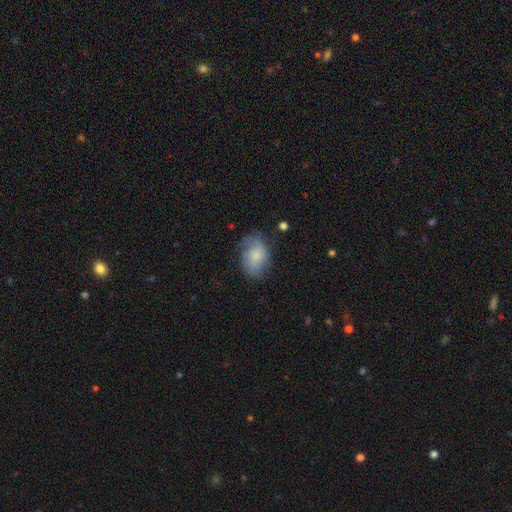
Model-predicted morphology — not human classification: This appears to be a smooth galaxy with no disk features (47%). Merging: none (56%).